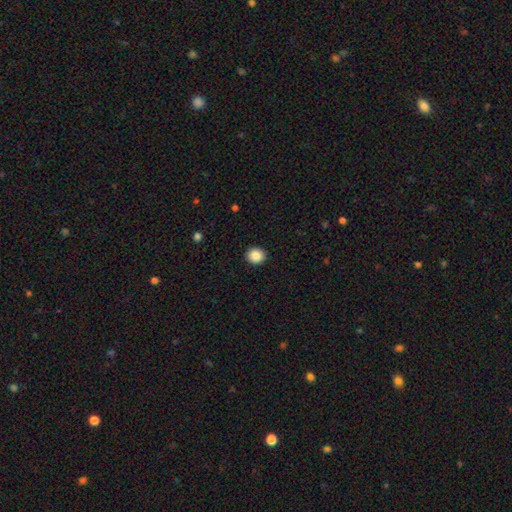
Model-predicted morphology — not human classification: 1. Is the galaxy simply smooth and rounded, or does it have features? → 87% smooth, 9% star or artifact, 4% featured or disk.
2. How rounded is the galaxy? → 84% round, 15% in between, 1% cigar-shaped.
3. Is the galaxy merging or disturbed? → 93% none, 5% minor disturbance, 2% major disturbance, 1% merger.